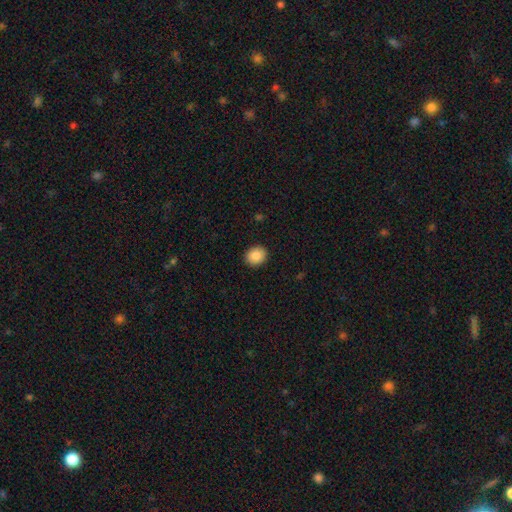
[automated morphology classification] The model was most divided on "how rounded": round: 64%, in between: 35%, cigar-shaped: 1%. More confident: merging — none (91%); smooth or featured — smooth (88%).